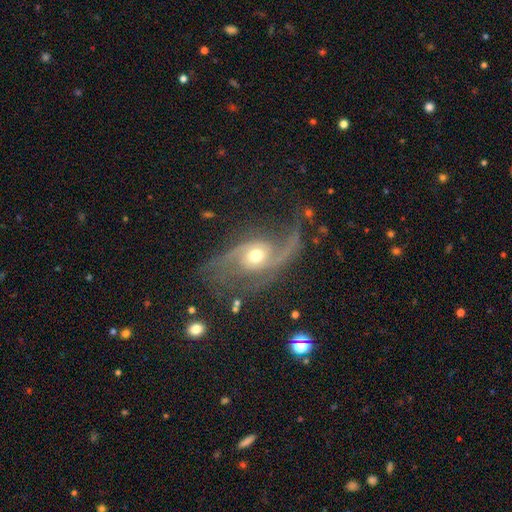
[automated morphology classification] Smooth or featured? featured or disk (87%)
Edge-on disk? no (96%)
Bar? no (64%)
Spiral arms? yes (96%)
Spiral winding? loose (50%)
Spiral arm count? 2 (86%)
Bulge size? moderate (65%)
Merging? none (59%)